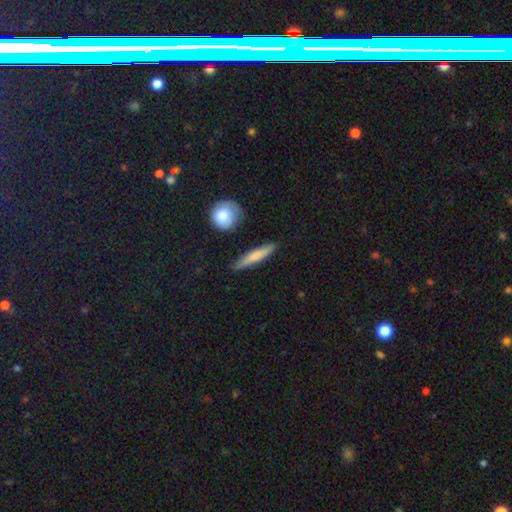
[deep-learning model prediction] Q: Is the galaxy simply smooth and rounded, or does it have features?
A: smooth — 69%.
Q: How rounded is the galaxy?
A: cigar-shaped — 87%.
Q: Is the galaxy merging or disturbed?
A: none — 86%.